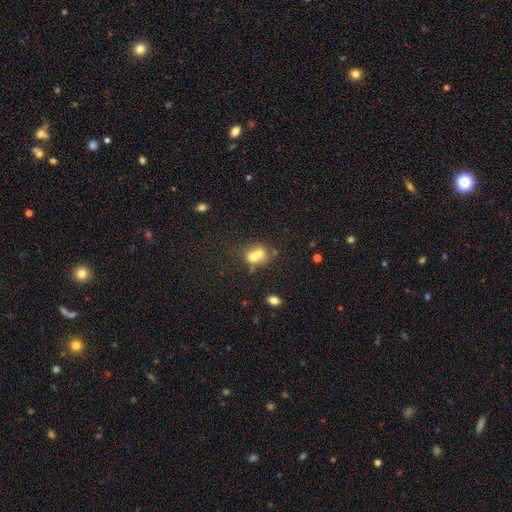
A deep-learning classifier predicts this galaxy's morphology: Overall: smooth (60%; featured or disk 26%). How rounded: in between (50%; round 47%). Merging: merger (58%; none 26%).